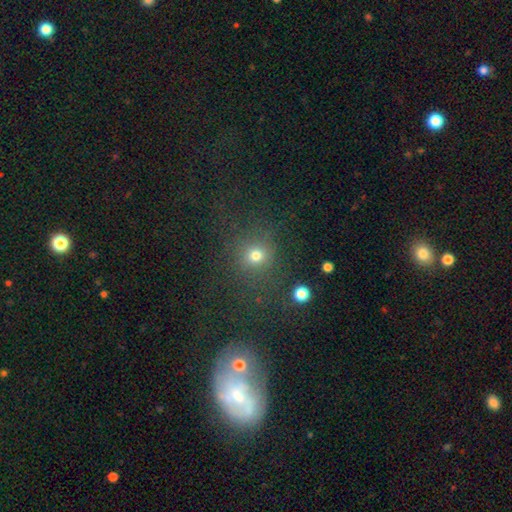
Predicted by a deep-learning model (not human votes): Morphology: type=smooth (69%); roundness=round (89%); merging=none (80%).